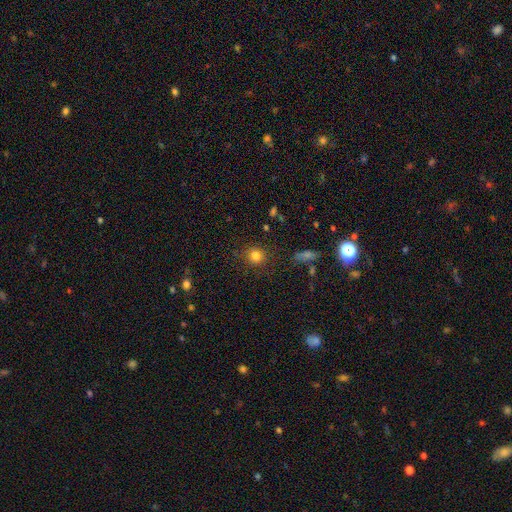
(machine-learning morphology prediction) The model was most divided on "smooth or featured": smooth: 81%, star or artifact: 13%, featured or disk: 6%. More confident: how rounded — round (89%); merging — none (85%).